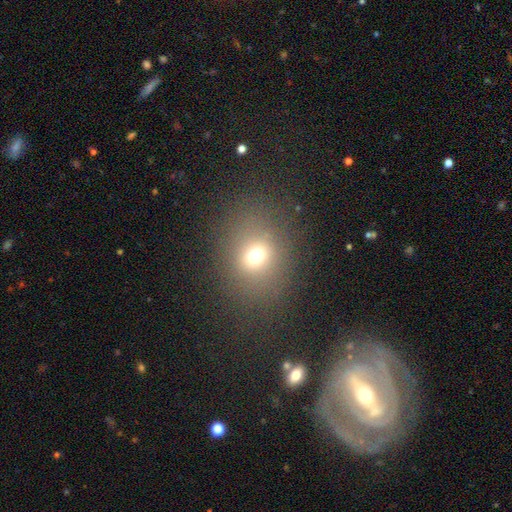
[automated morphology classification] A smooth galaxy with no disk features (68%) that is round (70%).

Vote fractions:
- Smooth or featured? smooth: 68% / star or artifact: 21% / featured or disk: 12%
- How rounded? round: 70% / in between: 28% / cigar-shaped: 1%
- Merging? none: 81% / minor disturbance: 10% / major disturbance: 7% / merger: 2%